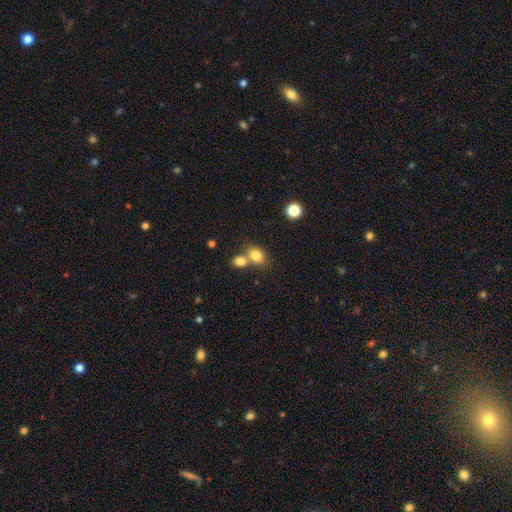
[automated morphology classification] Smooth or featured?
  - smooth: 81% *
  - star or artifact: 10%
  - featured or disk: 9%
How rounded?
  - in between: 69% *
  - round: 30%
  - cigar-shaped: 1%
Merging?
  - merger: 46% *
  - none: 41%
  - minor disturbance: 9%
  - major disturbance: 3%